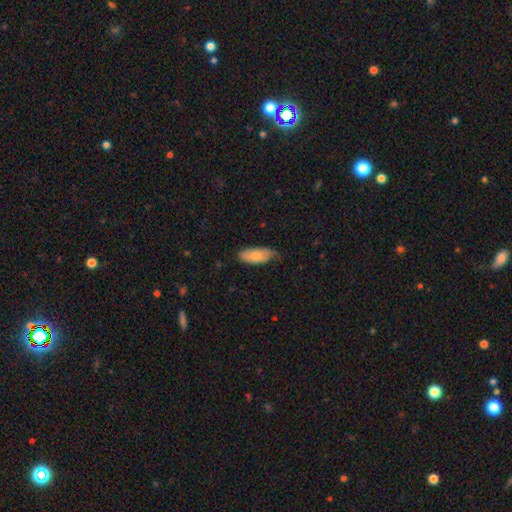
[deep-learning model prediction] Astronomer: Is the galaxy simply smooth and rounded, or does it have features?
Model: smooth — 76%.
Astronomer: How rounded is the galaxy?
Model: in between — 85%.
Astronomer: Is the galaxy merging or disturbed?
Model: none — 58% (runner-up: minor disturbance, 35%).